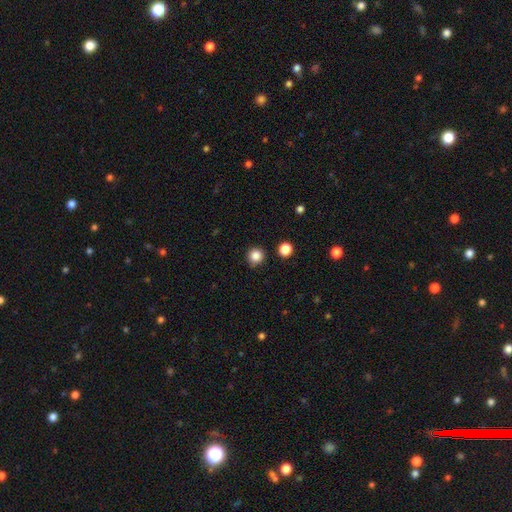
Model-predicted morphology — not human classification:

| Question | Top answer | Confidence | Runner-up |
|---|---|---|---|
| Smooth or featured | smooth | 85% | star or artifact (12%) |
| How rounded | round | 94% | in between (5%) |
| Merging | none | 89% | minor disturbance (7%) |